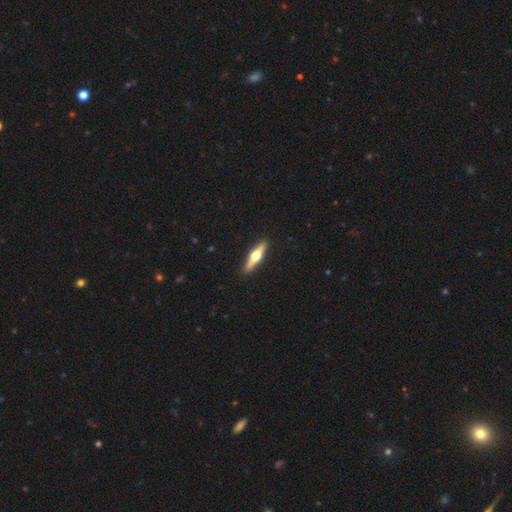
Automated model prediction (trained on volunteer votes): Smooth or featured: featured or disk — 64% (smooth — 31%)
Edge-on disk: yes — 96% (no — 4%)
Edge-on bulge: rounded — 96% (boxy — 2%)
Merging: none — 92% (minor disturbance — 6%)